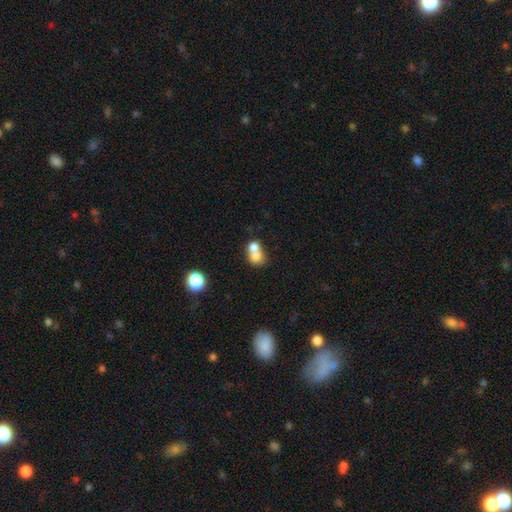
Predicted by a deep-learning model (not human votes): Smooth or featured?
  - smooth: 72% *
  - featured or disk: 18%
  - star or artifact: 10%
How rounded?
  - round: 61% *
  - in between: 38%
  - cigar-shaped: 1%
Merging?
  - merger: 67% *
  - none: 23%
  - minor disturbance: 6%
  - major disturbance: 4%